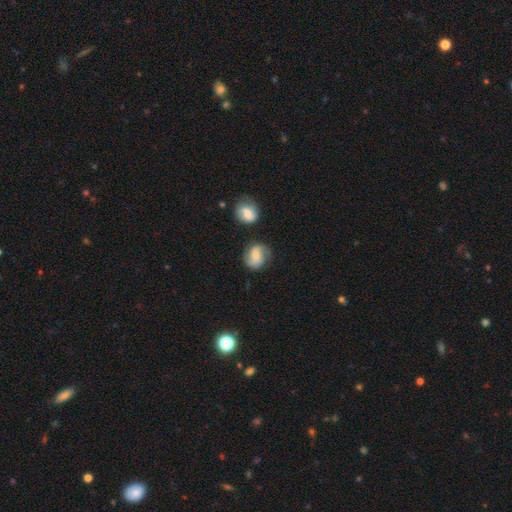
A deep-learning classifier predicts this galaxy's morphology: The model was most divided on "smooth or featured" (2-way tie): smooth: 46%, featured or disk: 46%, star or artifact: 8%. More confident: merging — none (68%).